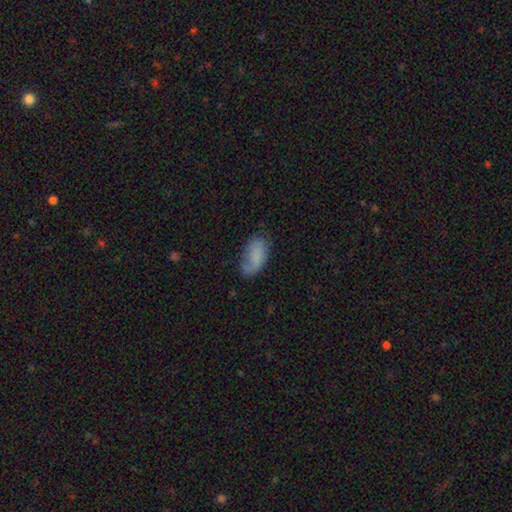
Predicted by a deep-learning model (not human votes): Overall: smooth (76%). How rounded: in between (94%). Merging: none (54%; minor disturbance 29%).